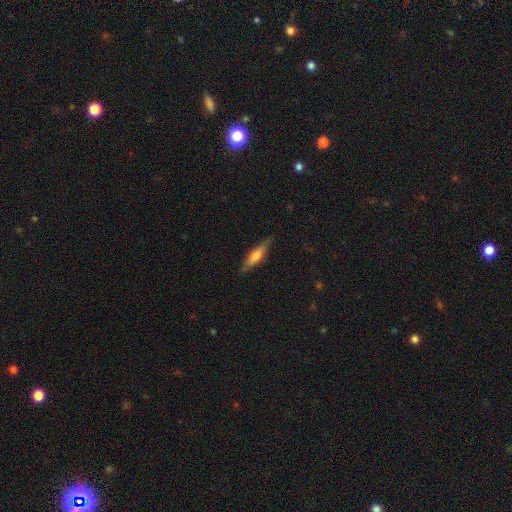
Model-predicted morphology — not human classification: smooth_or_featured: smooth (p=0.50) [alt: featured or disk p=0.44]
how_rounded: cigar-shaped (p=0.79) [alt: in between p=0.19]
merging: none (p=0.86) [alt: minor disturbance p=0.10]